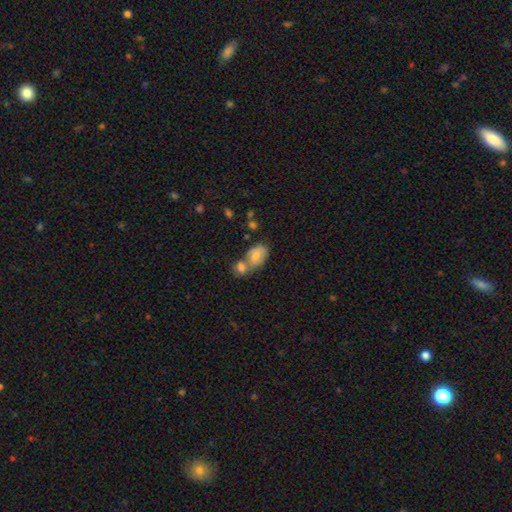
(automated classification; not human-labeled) smooth 68%, featured or disk 21%, star or artifact 11%. Down the decision tree: how rounded — in between (84%); merging — merger (51%).